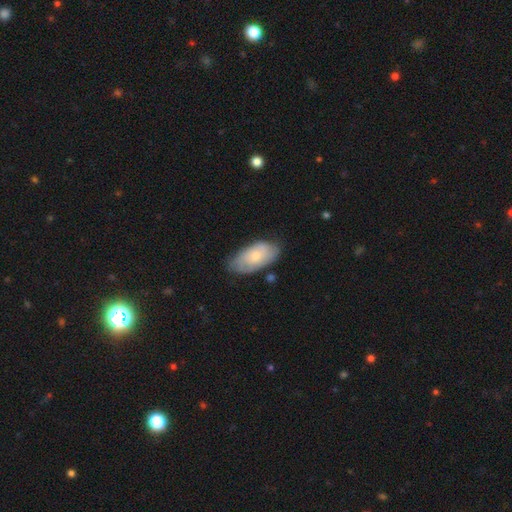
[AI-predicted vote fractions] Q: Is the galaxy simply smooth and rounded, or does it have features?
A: smooth — 60%.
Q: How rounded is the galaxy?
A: in between — 93%.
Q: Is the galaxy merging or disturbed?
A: none — 68%.